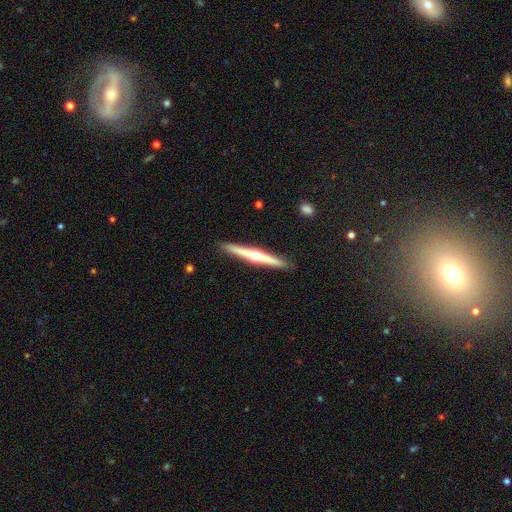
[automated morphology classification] This appears to be a featured or disk galaxy (73%) viewed edge-on (98%) with a rounded central bulge (89%). Merging: none (92%).